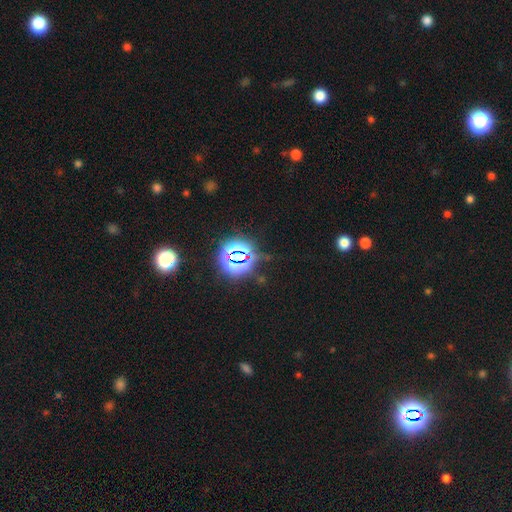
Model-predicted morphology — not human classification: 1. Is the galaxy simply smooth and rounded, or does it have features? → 80% star or artifact, 13% smooth, 7% featured or disk.